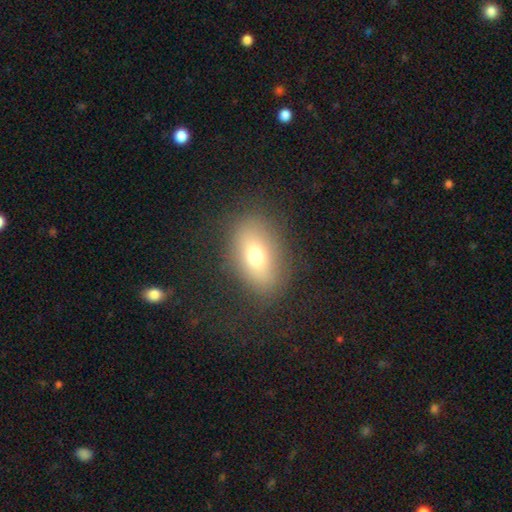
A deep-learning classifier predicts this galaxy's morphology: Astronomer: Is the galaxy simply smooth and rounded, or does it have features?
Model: smooth — 70%.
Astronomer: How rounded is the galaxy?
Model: in between — 84%.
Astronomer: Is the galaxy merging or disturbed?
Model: none — 80%.